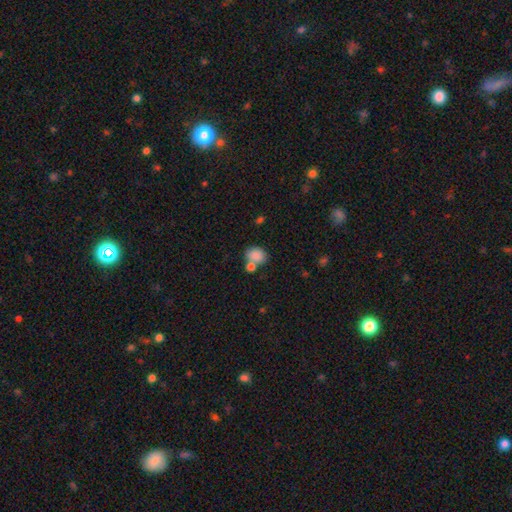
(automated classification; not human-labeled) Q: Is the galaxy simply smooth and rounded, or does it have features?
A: smooth — 85%.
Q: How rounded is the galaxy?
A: in between — 56%.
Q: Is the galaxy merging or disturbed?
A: none — 54%.